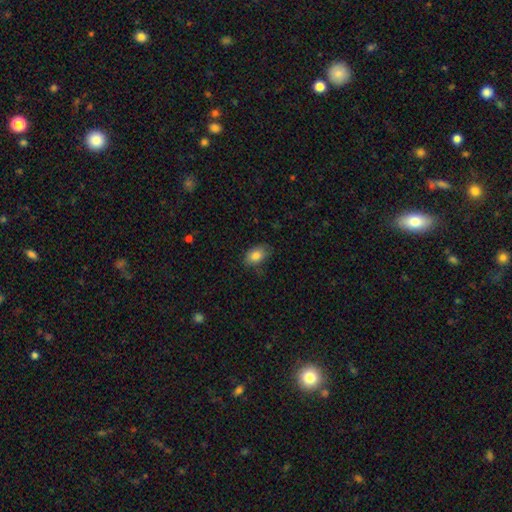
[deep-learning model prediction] Q: Smooth or featured?
A: smooth (84%); runner-up: star or artifact (8%)
Q: How rounded?
A: in between (87%); runner-up: round (12%)
Q: Merging?
A: none (73%); runner-up: minor disturbance (21%)